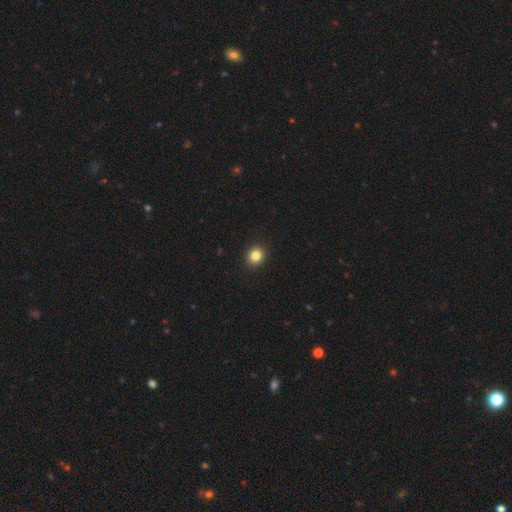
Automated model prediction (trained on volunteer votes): Smooth or featured? Predicted: smooth (p=0.84). How rounded? Predicted: round (p=0.79). Merging? Predicted: none (p=0.93).